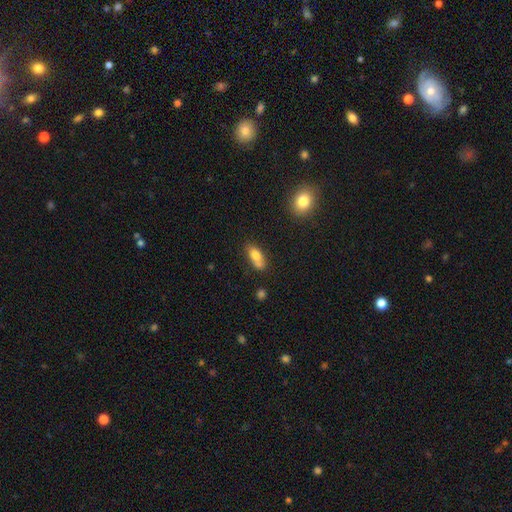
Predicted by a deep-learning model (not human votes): A smooth galaxy with no disk features (74%) that is in between round and cigar-shaped (79%). Merging: none (47%).